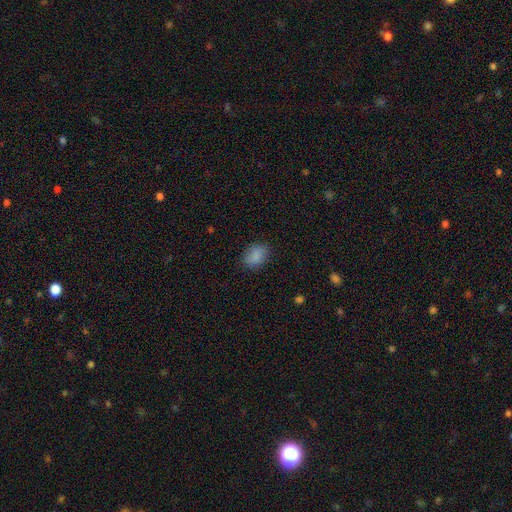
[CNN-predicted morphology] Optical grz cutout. It shows a smooth galaxy with no disk features (85%) that is in between round and cigar-shaped (71%). Merging: none (81%).